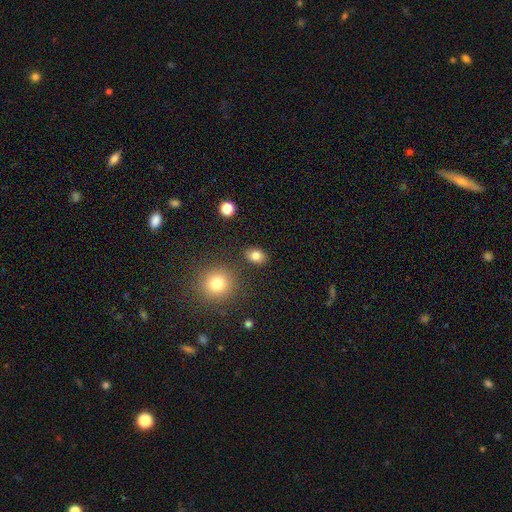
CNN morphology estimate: Overall: smooth (82%). How rounded: in between (71%). Merging: none (85%).